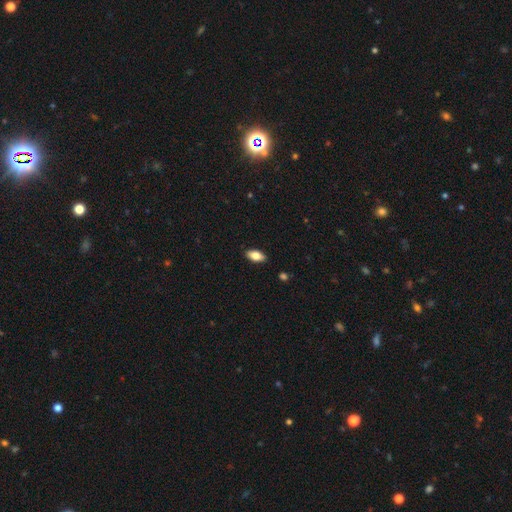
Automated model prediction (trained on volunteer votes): A smooth galaxy with no disk features (79%) that is in between round and cigar-shaped (90%). Merging: none (89%).